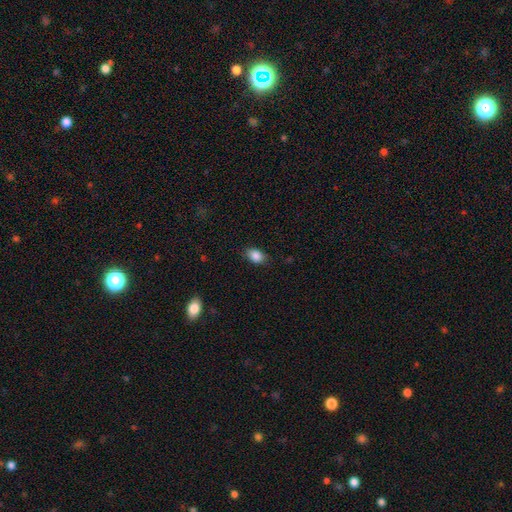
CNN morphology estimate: smooth_or_featured: smooth (p=0.87) [alt: star or artifact p=0.08]
how_rounded: in between (p=0.80) [alt: round p=0.18]
merging: none (p=0.80) [alt: minor disturbance p=0.16]